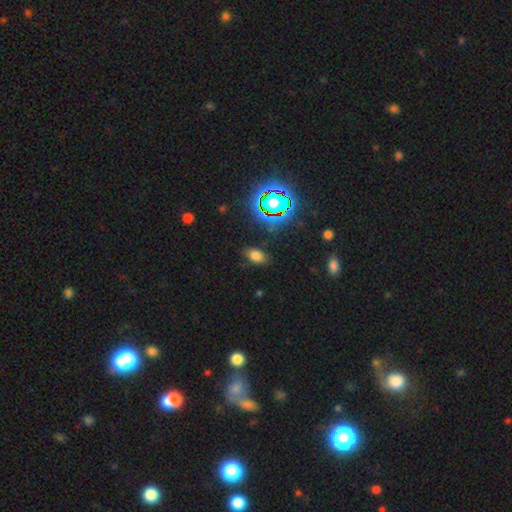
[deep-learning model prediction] Q: Smooth or featured?
A: smooth (70%); runner-up: star or artifact (22%)
Q: How rounded?
A: in between (88%); runner-up: round (9%)
Q: Merging?
A: none (83%); runner-up: minor disturbance (12%)